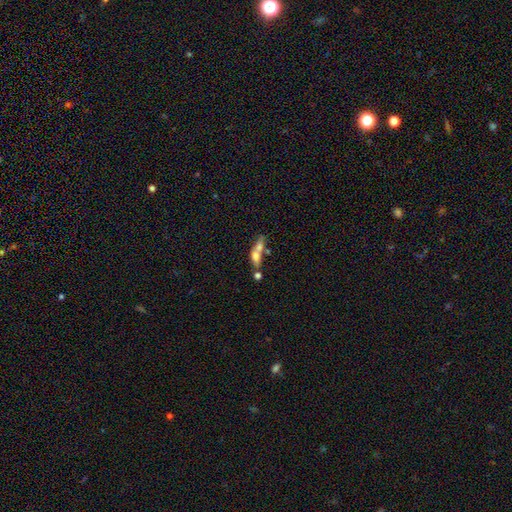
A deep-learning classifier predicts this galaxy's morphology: Smooth or featured? Predicted: smooth (p=0.57). How rounded? Predicted: in between (p=0.55). Merging? Predicted: merger (p=0.62).